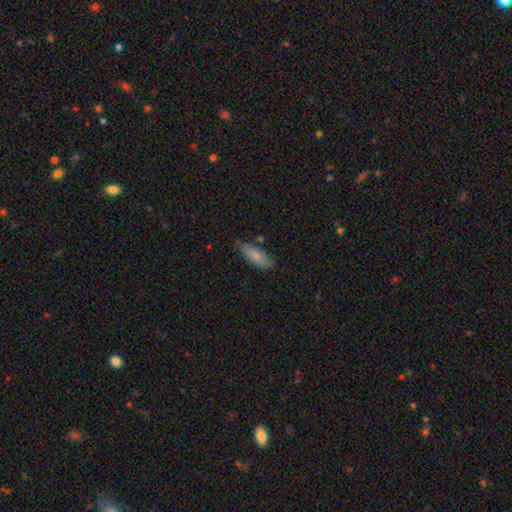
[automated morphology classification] smooth_or_featured: smooth (p=0.81) [alt: featured or disk p=0.13]
how_rounded: in between (p=0.67) [alt: cigar-shaped p=0.31]
merging: none (p=0.71) [alt: minor disturbance p=0.22]